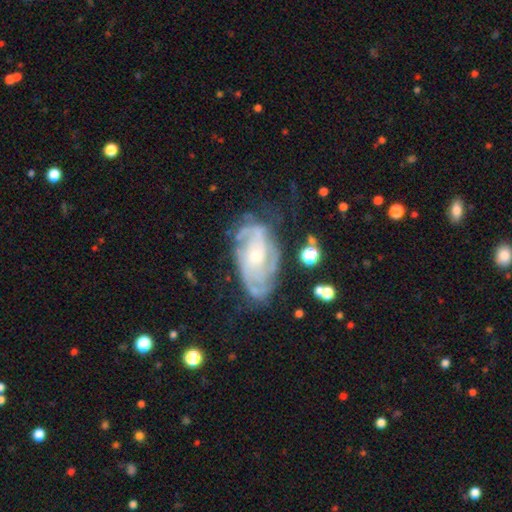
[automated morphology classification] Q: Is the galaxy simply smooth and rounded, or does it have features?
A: featured or disk — 83%.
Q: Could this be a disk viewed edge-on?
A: no — 95%.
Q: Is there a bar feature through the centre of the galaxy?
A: no — 66%.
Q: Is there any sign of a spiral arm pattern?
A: yes — 91%.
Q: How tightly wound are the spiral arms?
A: tight — 55%.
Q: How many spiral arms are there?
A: can't tell — 36%.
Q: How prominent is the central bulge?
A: small — 60%.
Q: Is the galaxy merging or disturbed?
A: none — 58%.